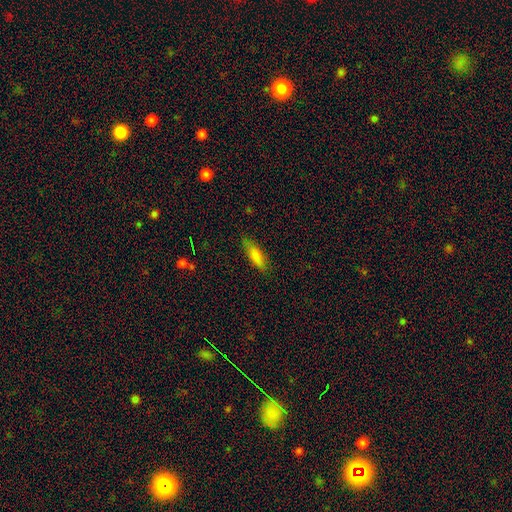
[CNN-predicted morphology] Q: Smooth or featured?
A: smooth (71%); runner-up: featured or disk (19%)
Q: How rounded?
A: cigar-shaped (53%); runner-up: in between (45%)
Q: Merging?
A: none (84%); runner-up: minor disturbance (12%)